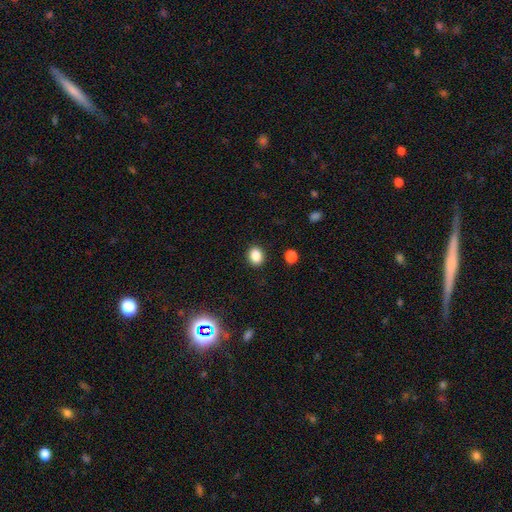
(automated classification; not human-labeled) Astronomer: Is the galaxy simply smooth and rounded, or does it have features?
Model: smooth — 86%.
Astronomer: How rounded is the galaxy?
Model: round — 51% (runner-up: in between, 48%).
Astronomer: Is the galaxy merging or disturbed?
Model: none — 89%.